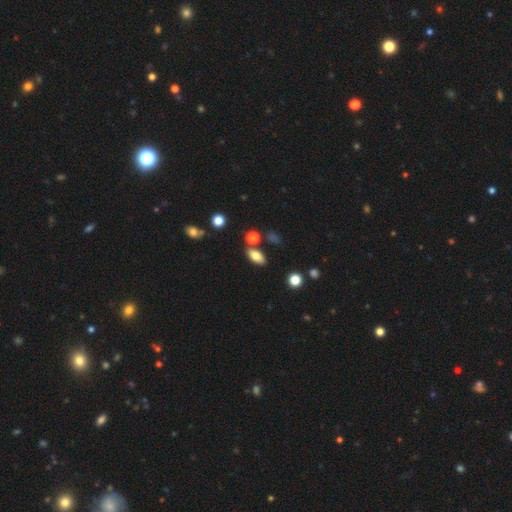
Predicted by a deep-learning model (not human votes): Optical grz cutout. It shows a smooth galaxy with no disk features (78%) that is in between round and cigar-shaped (88%). Merging: none (76%).